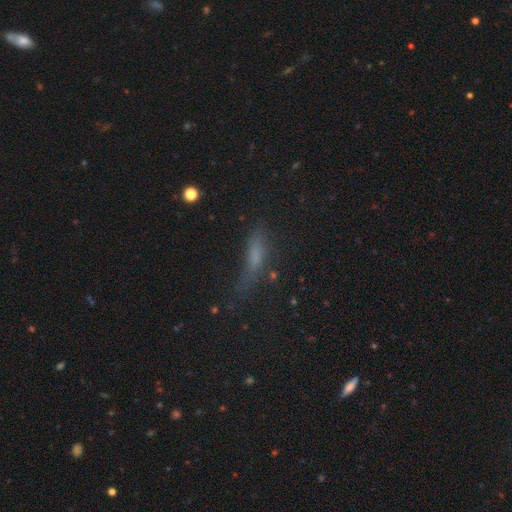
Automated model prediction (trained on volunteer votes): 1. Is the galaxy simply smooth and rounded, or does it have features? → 59% smooth, 22% featured or disk, 20% star or artifact.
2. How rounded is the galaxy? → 68% cigar-shaped, 28% in between, 4% round.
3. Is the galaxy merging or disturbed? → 47% none, 27% minor disturbance, 21% major disturbance, 5% merger.